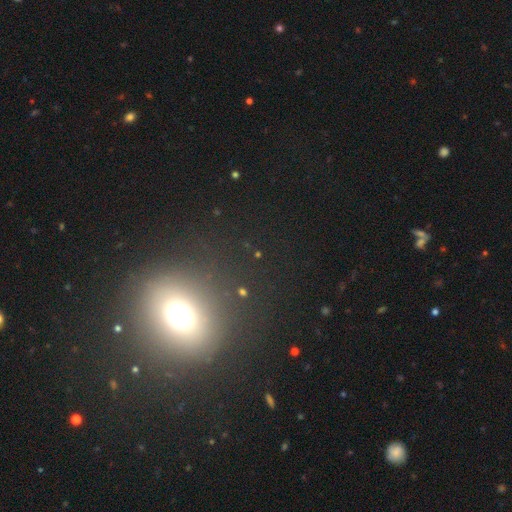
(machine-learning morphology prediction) Smooth or featured: smooth — 53% (star or artifact — 33%)
How rounded: round — 60% (in between — 37%)
Merging: none — 86% (minor disturbance — 8%)